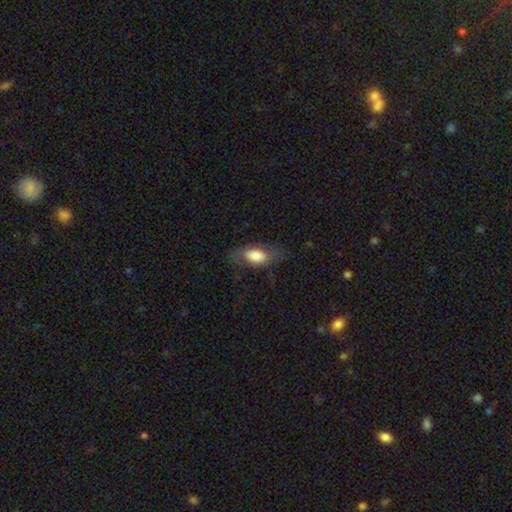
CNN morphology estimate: This appears to be a smooth galaxy with no disk features (73%) that is in between round and cigar-shaped (88%). Merging: none (66%).